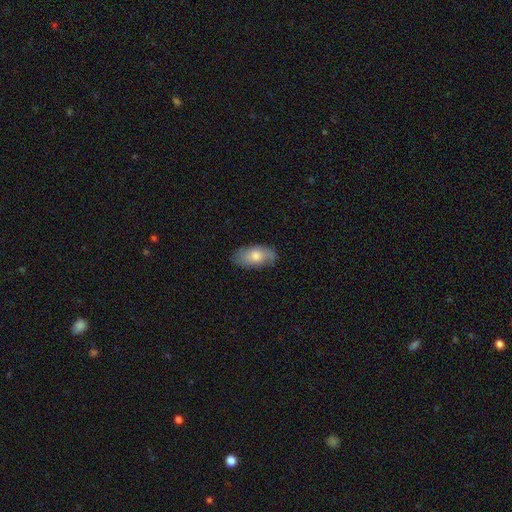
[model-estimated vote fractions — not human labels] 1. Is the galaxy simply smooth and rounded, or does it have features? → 67% smooth, 26% featured or disk, 7% star or artifact.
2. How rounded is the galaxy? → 92% in between, 5% round, 3% cigar-shaped.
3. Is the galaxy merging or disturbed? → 77% none, 18% minor disturbance, 4% major disturbance, 1% merger.